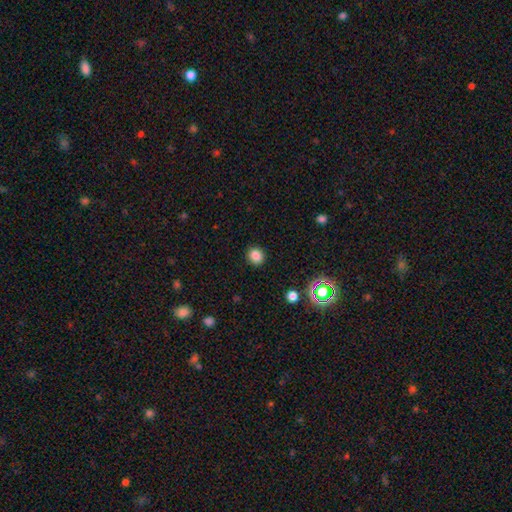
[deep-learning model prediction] A smooth galaxy with no disk features (83%) that is round (80%). Merging: none (90%).